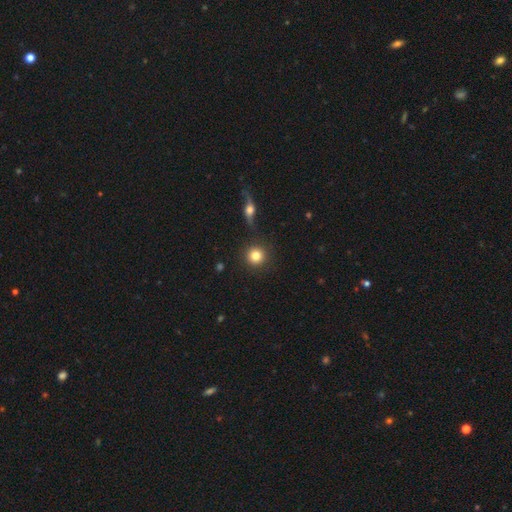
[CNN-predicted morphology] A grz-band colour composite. It shows a smooth galaxy with no disk features (82%) that is round (95%). Merging: none (87%).